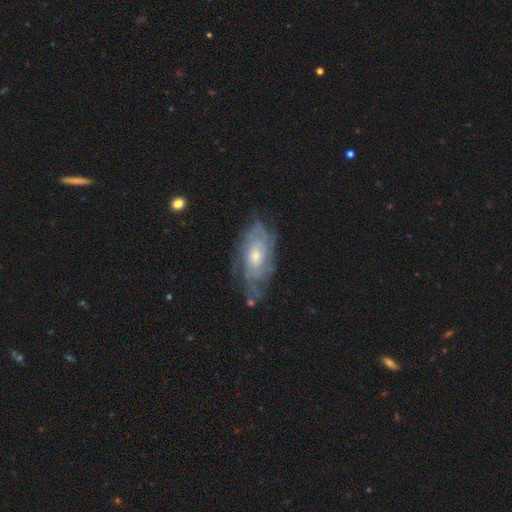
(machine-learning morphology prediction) Smooth or featured? featured or disk (78%)
Edge-on disk? no (92%)
Bar? no (73%)
Spiral arms? yes (89%)
Spiral winding? tight (64%)
Spiral arm count? can't tell (57%)
Bulge size? moderate (53%)
Merging? none (69%)